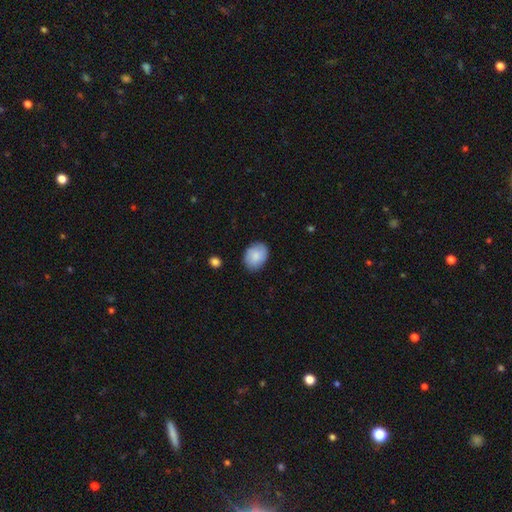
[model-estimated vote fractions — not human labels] smooth 81%, featured or disk 12%, star or artifact 7%. Down the decision tree: how rounded — in between (63%); merging — none (82%).